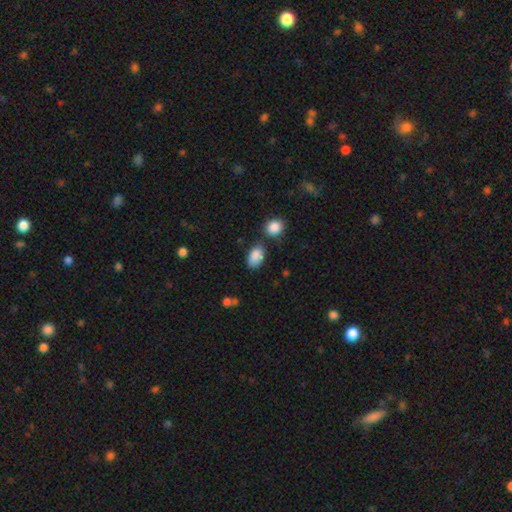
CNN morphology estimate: smooth 87%, star or artifact 8%, featured or disk 5%. Down the decision tree: how rounded — in between (88%); merging — none (66%).